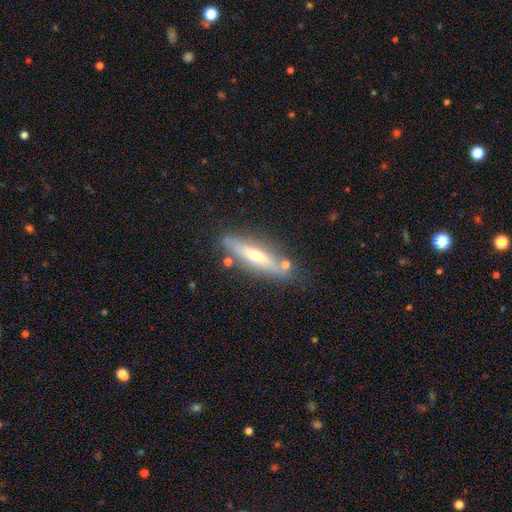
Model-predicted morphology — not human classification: type=featured or disk (56%); edge-on=yes (85%); merging=none (77%).